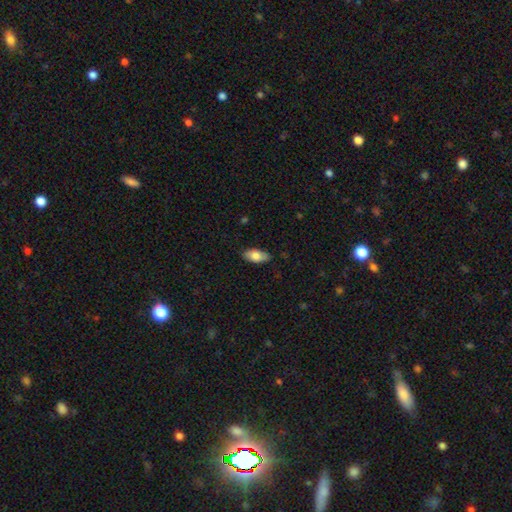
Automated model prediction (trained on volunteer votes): A smooth galaxy with no disk features (77%) that is in between round and cigar-shaped (91%). Merging: none (83%).